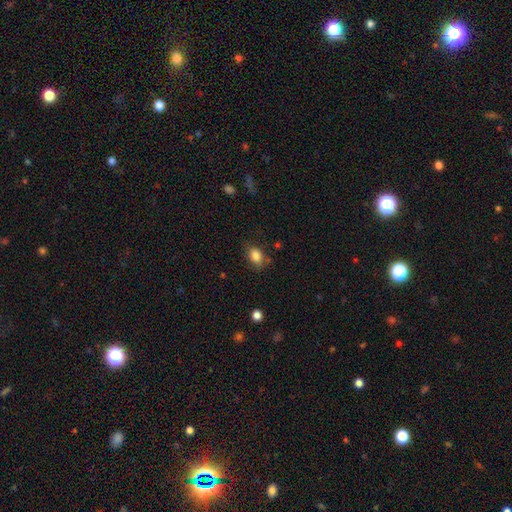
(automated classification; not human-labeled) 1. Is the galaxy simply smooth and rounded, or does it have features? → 85% smooth, 9% star or artifact, 6% featured or disk.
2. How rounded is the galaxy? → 76% in between, 23% round, 2% cigar-shaped.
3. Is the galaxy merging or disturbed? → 71% none, 20% minor disturbance, 6% major disturbance, 3% merger.